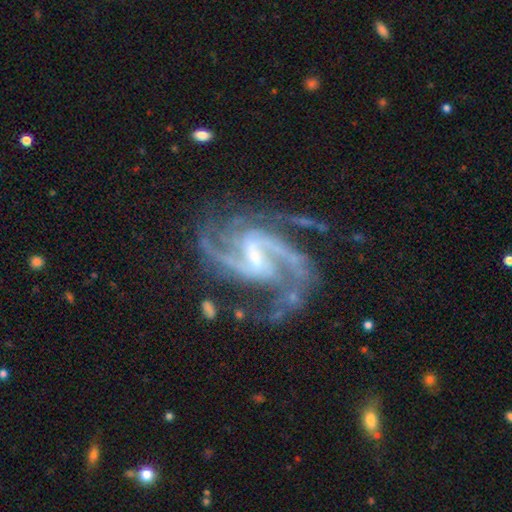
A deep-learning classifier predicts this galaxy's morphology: The model was most divided on "bar": weak: 49%, strong: 38%, no: 13%. Remaining: spiral arms — yes (99%); edge-on disk — no (98%); smooth or featured — featured or disk (93%); merging — none (65%); spiral winding — medium (60%); bulge size — small (54%); spiral arm count — 2 (45%).